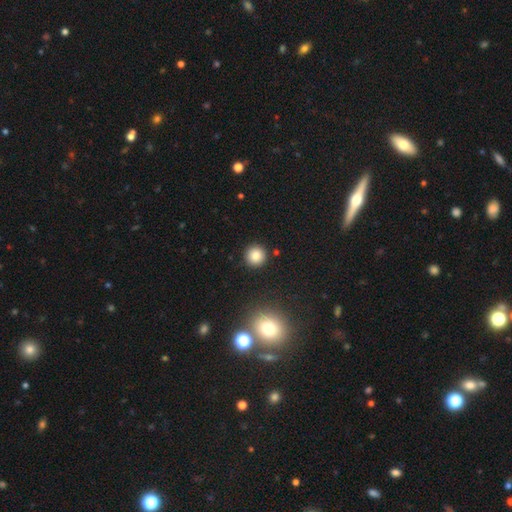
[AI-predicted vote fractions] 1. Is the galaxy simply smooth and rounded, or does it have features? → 82% smooth, 12% star or artifact, 6% featured or disk.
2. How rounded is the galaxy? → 95% round, 4% in between, 1% cigar-shaped.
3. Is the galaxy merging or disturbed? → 91% none, 5% minor disturbance, 2% merger, 2% major disturbance.